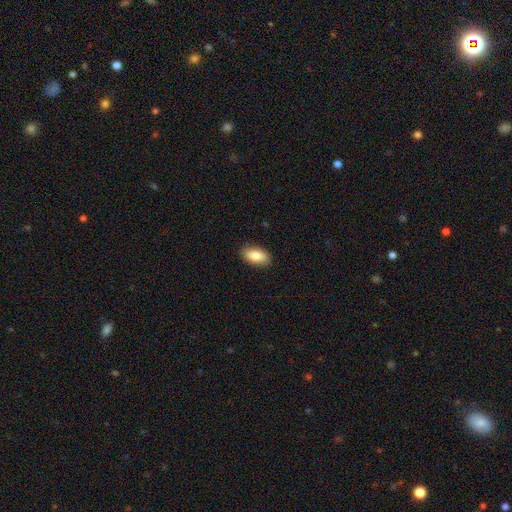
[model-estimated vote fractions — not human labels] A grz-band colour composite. It shows a smooth galaxy with no disk features (82%) that is in between round and cigar-shaped (92%). Merging: none (88%).